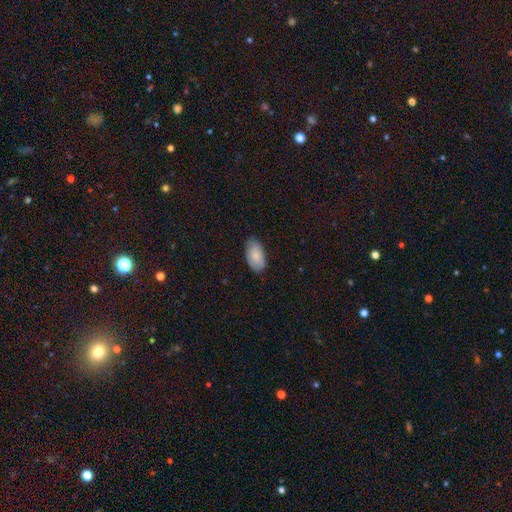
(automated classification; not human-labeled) A smooth galaxy with no disk features (84%) that is in between round and cigar-shaped (95%). Merging: none (80%).